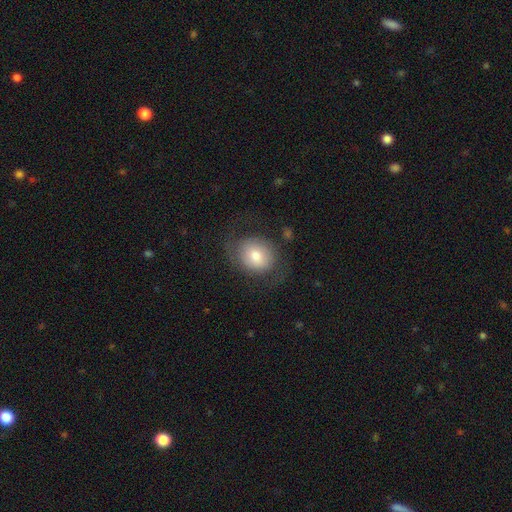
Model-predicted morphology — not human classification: Smooth or featured: smooth — 61% (featured or disk — 31%)
How rounded: round — 60% (in between — 39%)
Merging: none — 63% (minor disturbance — 18%)